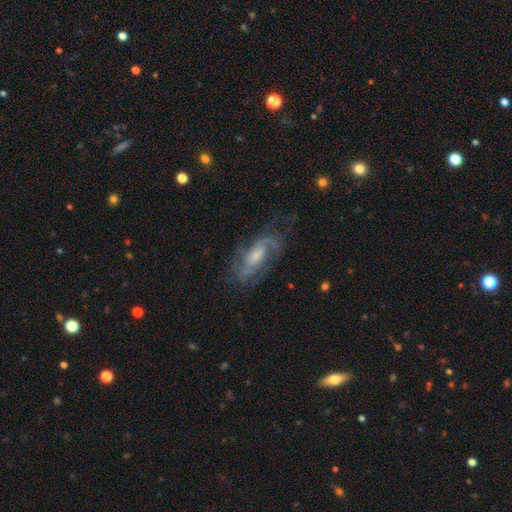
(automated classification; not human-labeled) The model was most divided on "bar": no: 48%, weak: 41%, strong: 12%. Remaining: edge-on disk — no (93%); spiral arms — yes (92%); smooth or featured — featured or disk (80%); merging — none (62%); spiral arm count — 2 (55%); bulge size — small (47%); spiral winding — medium (47%).